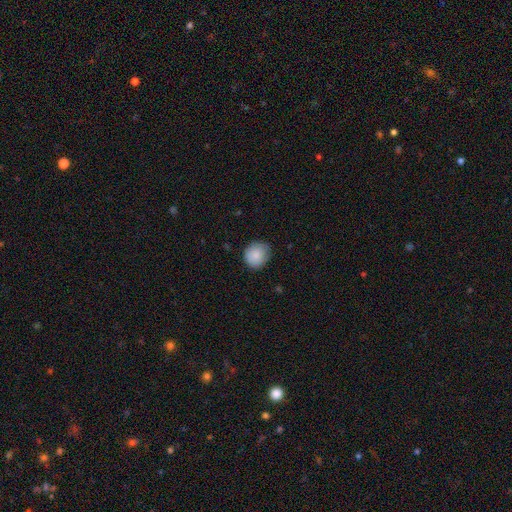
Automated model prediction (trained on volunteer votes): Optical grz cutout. It shows a smooth galaxy with no disk features (85%) that is round (81%). Merging: none (75%).